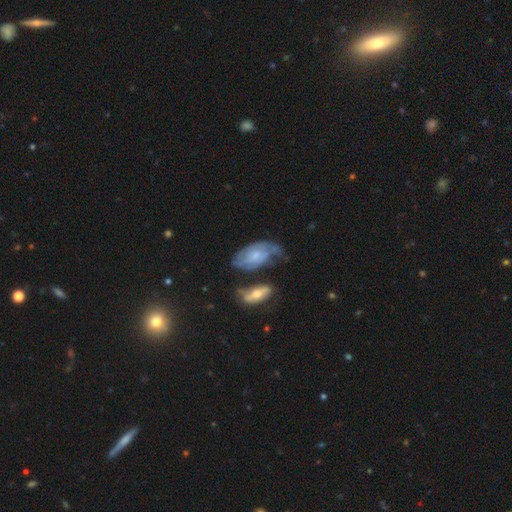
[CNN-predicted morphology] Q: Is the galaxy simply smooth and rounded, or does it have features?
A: featured or disk — 65%.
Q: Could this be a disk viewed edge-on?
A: no — 93%.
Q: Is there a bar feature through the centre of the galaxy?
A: no — 72%.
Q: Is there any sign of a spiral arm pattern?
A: yes — 79%.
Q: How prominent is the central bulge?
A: small — 55%.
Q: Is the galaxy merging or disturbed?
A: none — 38%.